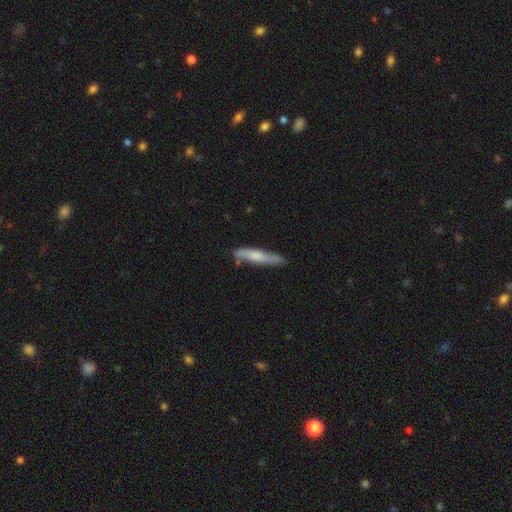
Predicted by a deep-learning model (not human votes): Q: Smooth or featured?
A: smooth (56%); runner-up: featured or disk (38%)
Q: How rounded?
A: cigar-shaped (91%); runner-up: in between (7%)
Q: Merging?
A: none (73%); runner-up: minor disturbance (19%)